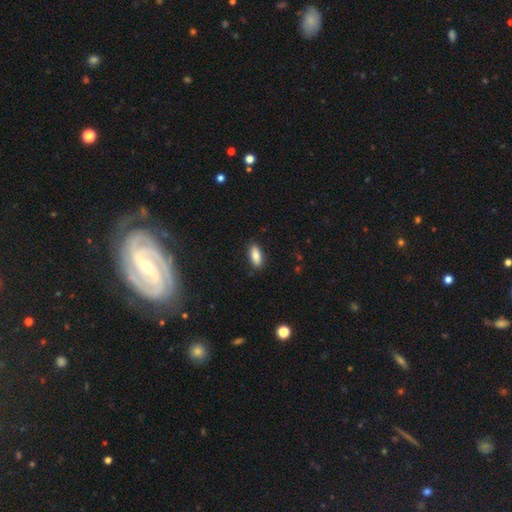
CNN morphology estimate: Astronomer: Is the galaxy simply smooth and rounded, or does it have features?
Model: smooth — 84%.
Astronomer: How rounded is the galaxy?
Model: in between — 80%.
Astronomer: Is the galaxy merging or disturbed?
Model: none — 87%.